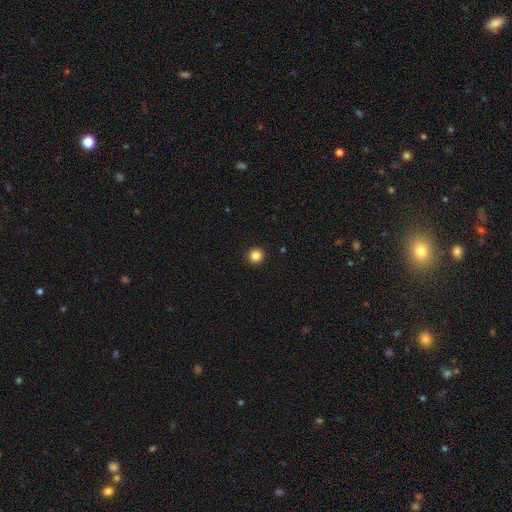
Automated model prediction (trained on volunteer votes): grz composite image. It shows a smooth galaxy with no disk features (85%) that is round (95%). Merging: none (94%).